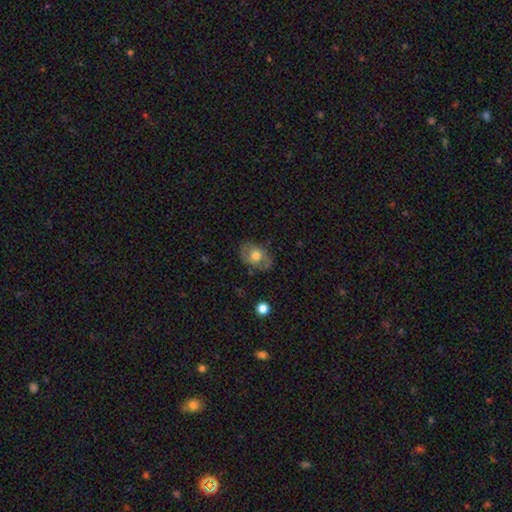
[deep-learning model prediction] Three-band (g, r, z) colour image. It shows a smooth galaxy with no disk features (53%) that is in between round and cigar-shaped (75%). Merging: none (76%).